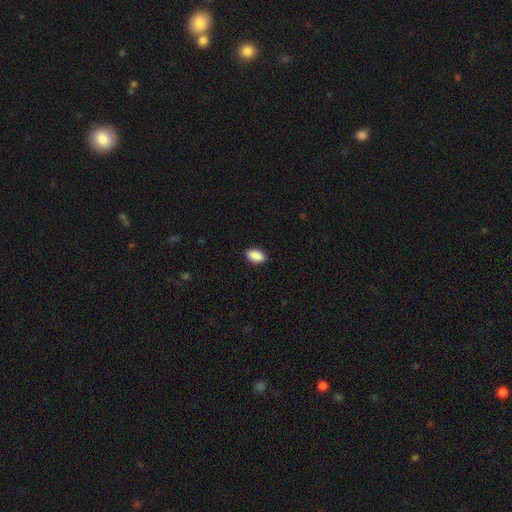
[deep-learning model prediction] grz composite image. It shows a smooth galaxy with no disk features (90%) that is in between round and cigar-shaped (92%). Merging: none (88%).